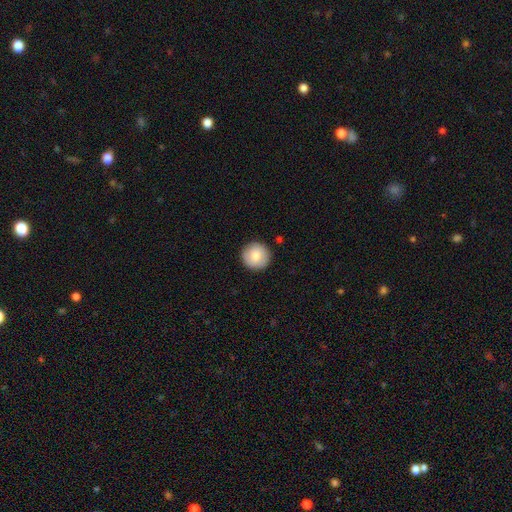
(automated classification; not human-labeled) Smooth or featured: smooth — 81% (featured or disk — 12%)
How rounded: round — 96% (in between — 3%)
Merging: none — 91% (minor disturbance — 6%)